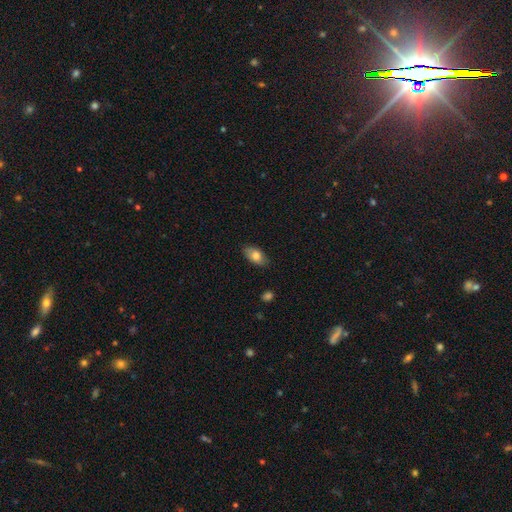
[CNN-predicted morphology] smooth-or-featured: smooth: 79% | featured or disk: 14% | star or artifact: 7%
  how-rounded: in between: 91% | round: 6% | cigar-shaped: 3%
  merging: none: 83% | minor disturbance: 13% | major disturbance: 2% | merger: 1%